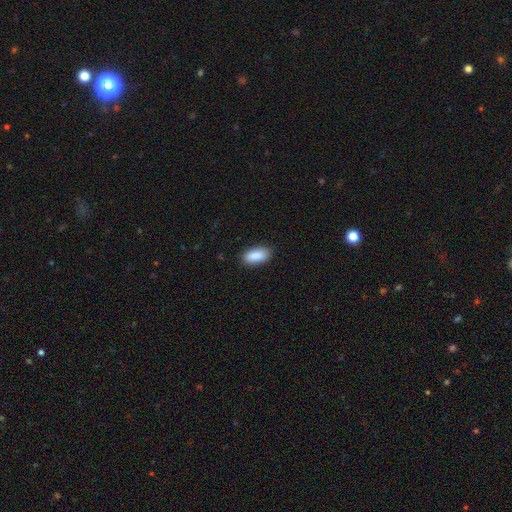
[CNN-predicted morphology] Smooth or featured?
  - smooth: 90% *
  - star or artifact: 7%
  - featured or disk: 4%
How rounded?
  - in between: 91% *
  - cigar-shaped: 6%
  - round: 3%
Merging?
  - none: 87% *
  - minor disturbance: 10%
  - major disturbance: 2%
  - merger: 1%